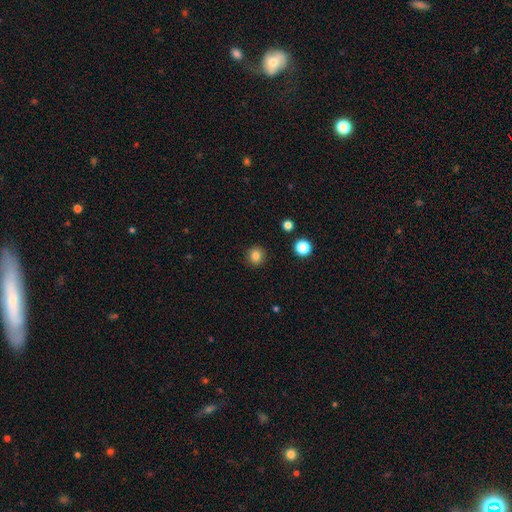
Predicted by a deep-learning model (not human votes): smooth_or_featured: smooth (p=0.84) [alt: star or artifact p=0.11]
how_rounded: round (p=0.91) [alt: in between p=0.08]
merging: none (p=0.91) [alt: minor disturbance p=0.06]